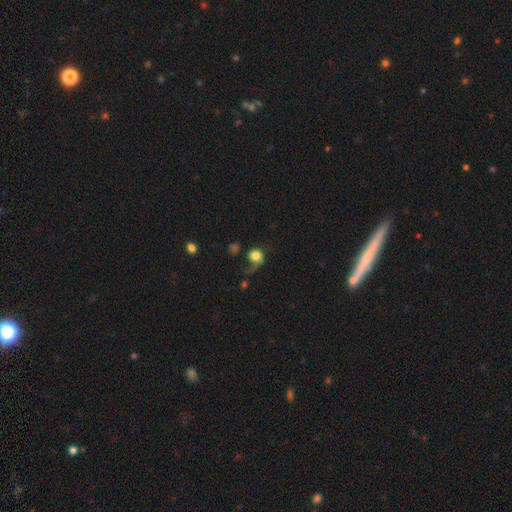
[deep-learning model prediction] Smooth or featured? Predicted: smooth (p=0.61). How rounded? Predicted: round (p=0.75). Merging? Predicted: major disturbance (p=0.48).